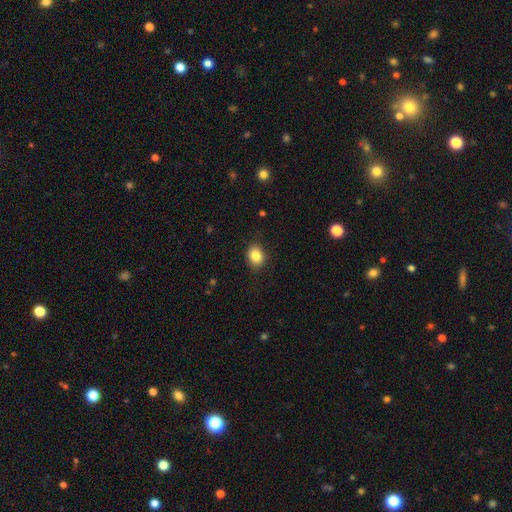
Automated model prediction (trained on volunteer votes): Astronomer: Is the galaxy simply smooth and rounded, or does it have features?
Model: smooth — 86%.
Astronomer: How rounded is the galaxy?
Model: in between — 52% (runner-up: round, 47%).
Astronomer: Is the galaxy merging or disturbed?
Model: none — 86%.